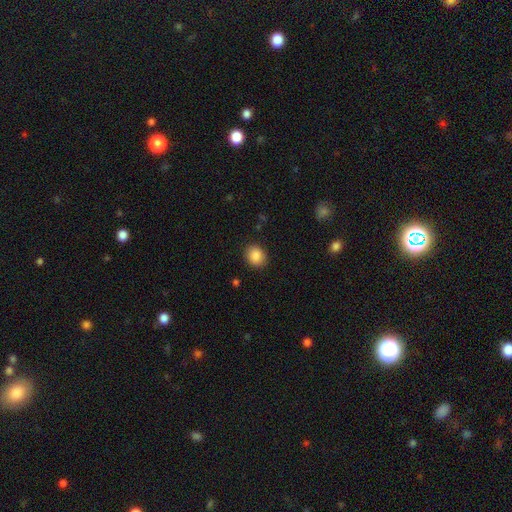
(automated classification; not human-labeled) Smooth or featured?
  - smooth: 88% *
  - star or artifact: 8%
  - featured or disk: 4%
How rounded?
  - round: 66% *
  - in between: 33%
  - cigar-shaped: 1%
Merging?
  - none: 88% *
  - minor disturbance: 9%
  - major disturbance: 3%
  - merger: 1%